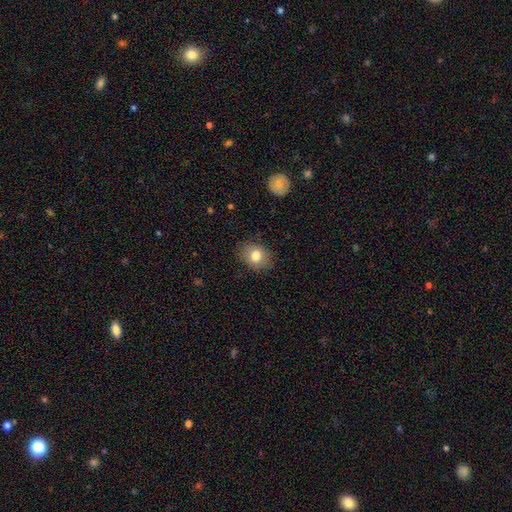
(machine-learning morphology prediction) The model was most divided on "how rounded": in between: 51%, round: 48%, cigar-shaped: 1%. More confident: merging — none (84%); smooth or featured — smooth (79%).